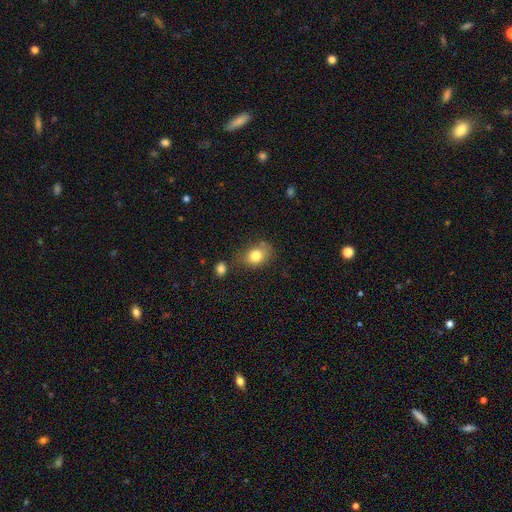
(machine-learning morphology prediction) Smooth or featured?
  - smooth: 80% *
  - featured or disk: 10%
  - star or artifact: 10%
How rounded?
  - in between: 65% *
  - round: 34%
  - cigar-shaped: 1%
Merging?
  - none: 64% *
  - minor disturbance: 21%
  - merger: 8%
  - major disturbance: 6%